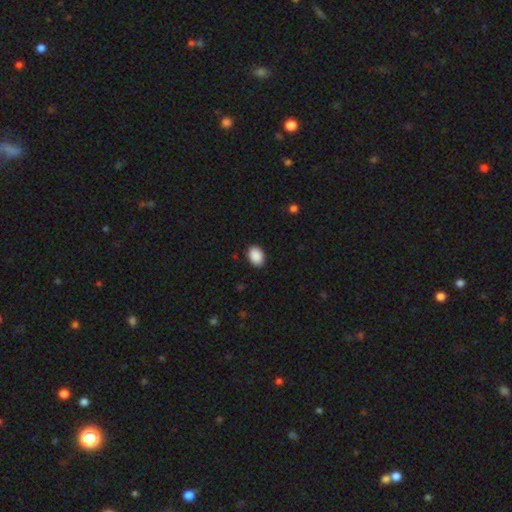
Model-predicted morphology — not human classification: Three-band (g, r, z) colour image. It shows a smooth galaxy with no disk features (90%) that is in between round and cigar-shaped (79%). Merging: none (90%).